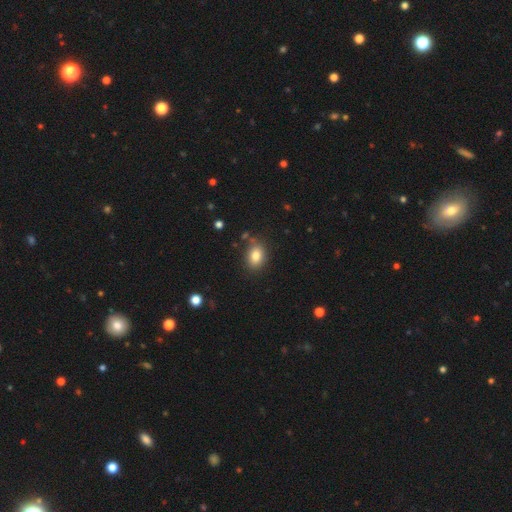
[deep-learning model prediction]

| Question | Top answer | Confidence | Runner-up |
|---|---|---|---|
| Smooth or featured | smooth | 83% | star or artifact (9%) |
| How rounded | in between | 75% | round (24%) |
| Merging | none | 80% | minor disturbance (12%) |